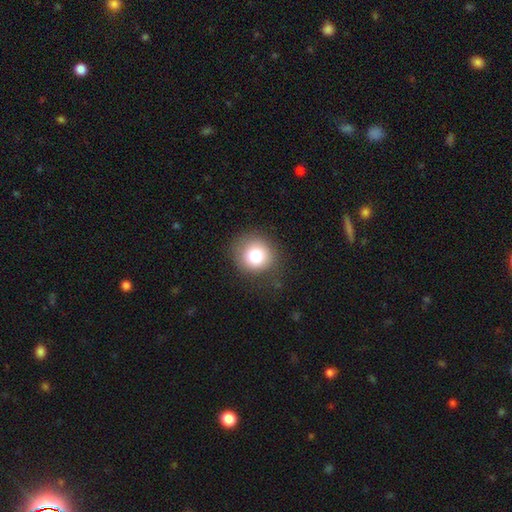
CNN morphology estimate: smooth_or_featured: smooth (p=0.79) [alt: star or artifact p=0.11]
how_rounded: round (p=0.90) [alt: in between p=0.09]
merging: none (p=0.80) [alt: minor disturbance p=0.14]